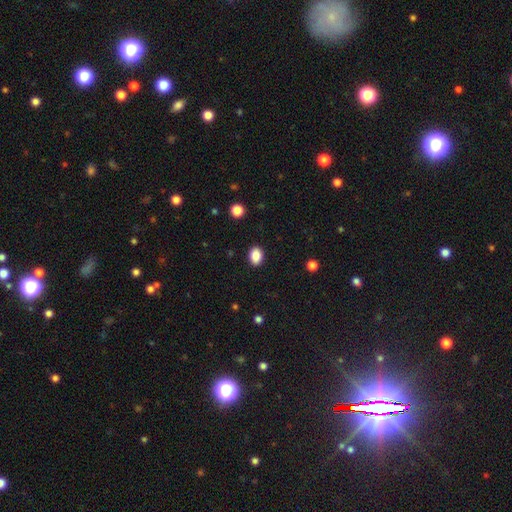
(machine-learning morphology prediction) Overall: smooth (87%). How rounded: in between (72%). Merging: none (90%).